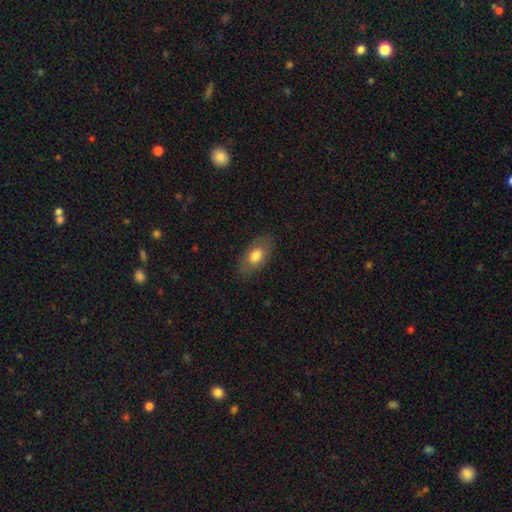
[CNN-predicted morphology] Q: Smooth or featured?
A: smooth (72%); runner-up: featured or disk (21%)
Q: How rounded?
A: in between (90%); runner-up: round (7%)
Q: Merging?
A: none (79%); runner-up: minor disturbance (15%)